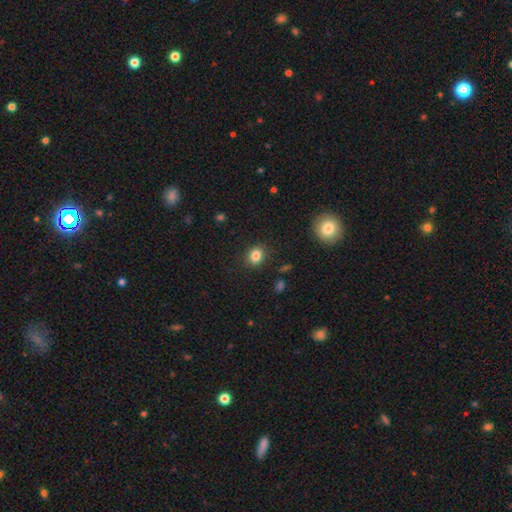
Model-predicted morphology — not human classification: Overall: smooth (84%). How rounded: in between (50%; round 49%). Merging: none (87%).